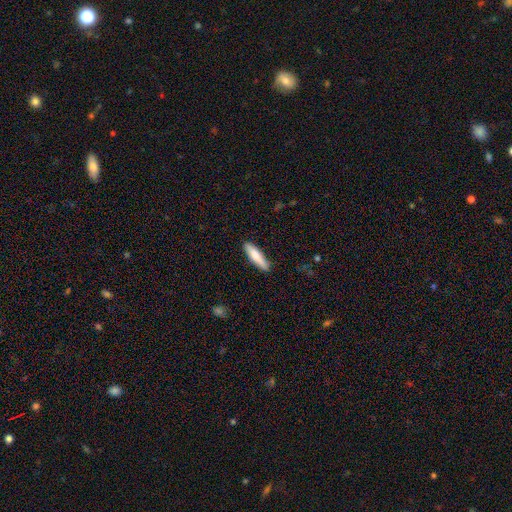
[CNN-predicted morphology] This appears to be a smooth galaxy with no disk features (76%) that is cigar-shaped (77%). Merging: none (87%).